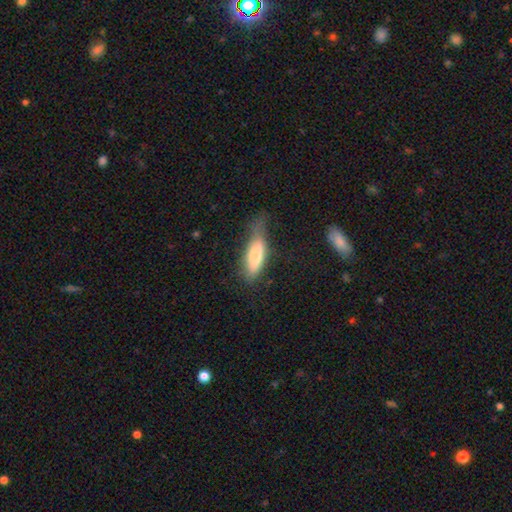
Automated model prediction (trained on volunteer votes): smooth_or_featured: smooth (p=0.73) [alt: featured or disk p=0.21]
how_rounded: in between (p=0.52) [alt: cigar-shaped p=0.46]
merging: none (p=0.41) [alt: minor disturbance p=0.36]